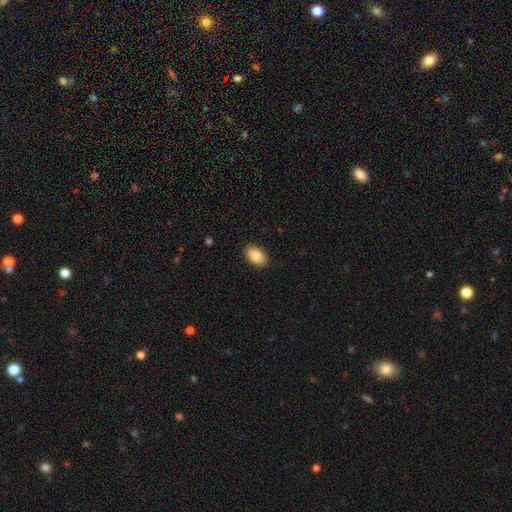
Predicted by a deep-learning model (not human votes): Smooth or featured: smooth — 86% (featured or disk — 7%)
How rounded: in between — 92% (round — 7%)
Merging: none — 89% (minor disturbance — 8%)